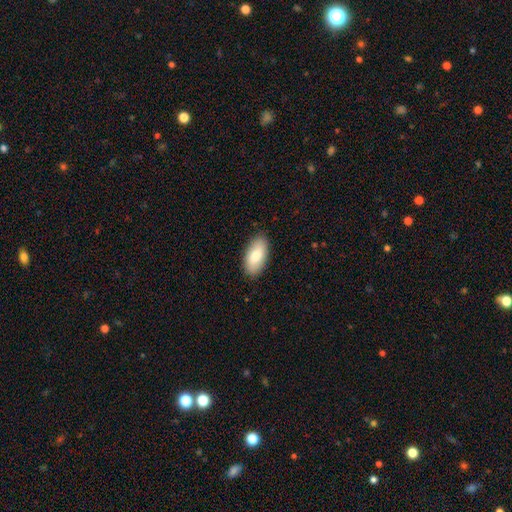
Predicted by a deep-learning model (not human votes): Morphology: type=smooth (79%); roundness=in between (93%); merging=none (88%).